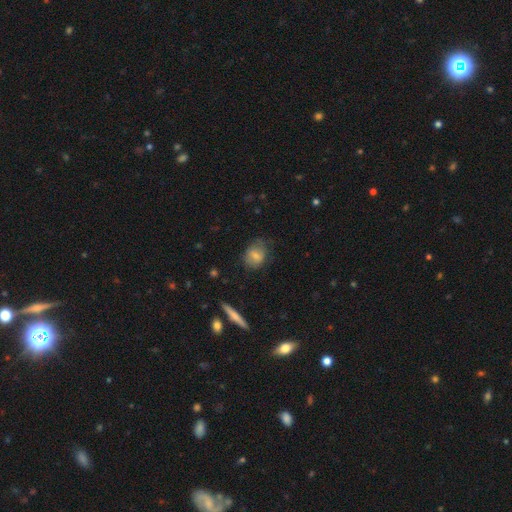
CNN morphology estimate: A smooth galaxy with no disk features (72%) that is in between round and cigar-shaped (59%). Merging: none (63%).